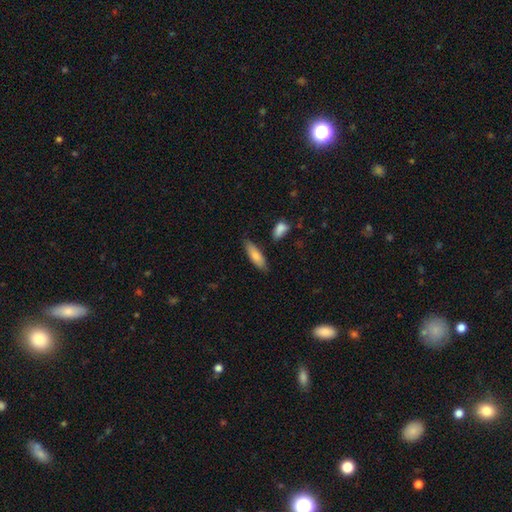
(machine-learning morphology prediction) The model was most divided on "how rounded": in between: 52%, cigar-shaped: 46%, round: 2%. More confident: smooth or featured — smooth (79%); merging — none (76%).